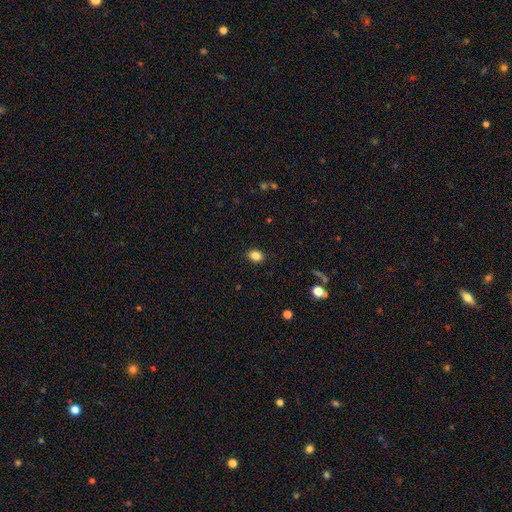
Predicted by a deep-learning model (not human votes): smooth-or-featured: smooth: 85% | star or artifact: 10% | featured or disk: 5%
  how-rounded: in between: 61% | round: 38% | cigar-shaped: 1%
  merging: none: 88% | minor disturbance: 9% | major disturbance: 2% | merger: 1%